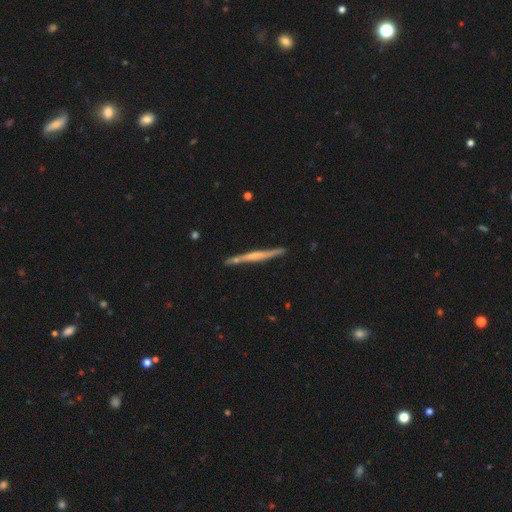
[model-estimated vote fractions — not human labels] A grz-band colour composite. It shows a featured or disk galaxy (63%) viewed edge-on (97%) with no central bulge (53%). Merging: none (83%).